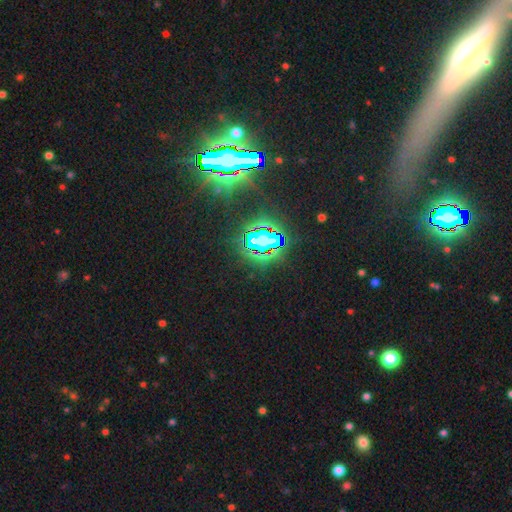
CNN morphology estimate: Smooth or featured?
  - star or artifact: 82% *
  - smooth: 10%
  - featured or disk: 8%